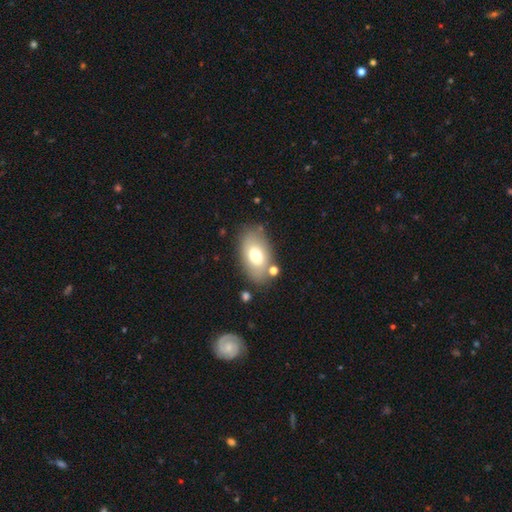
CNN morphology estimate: Smooth or featured? smooth (69%)
How rounded? in between (91%)
Merging? none (75%)